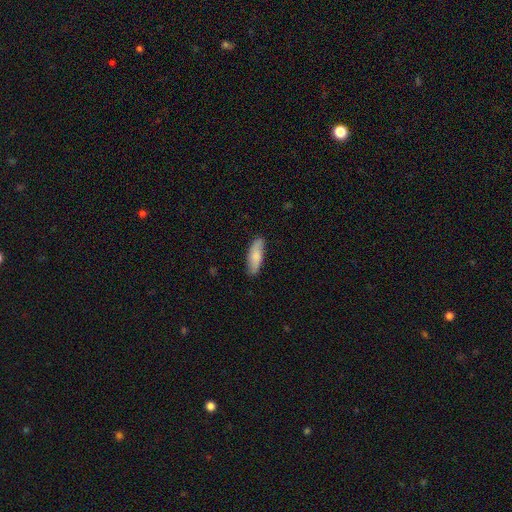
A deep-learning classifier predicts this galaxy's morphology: Smooth or featured? smooth (76%)
How rounded? in between (58%)
Merging? none (83%)